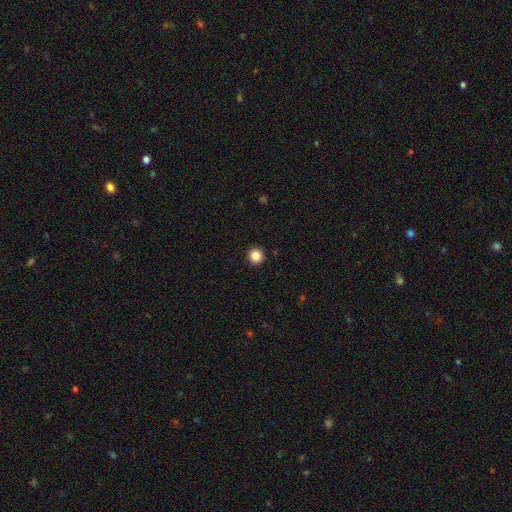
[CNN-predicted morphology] smooth_or_featured: smooth (p=0.86) [alt: star or artifact p=0.11]
how_rounded: round (p=0.94) [alt: in between p=0.05]
merging: none (p=0.93) [alt: minor disturbance p=0.04]